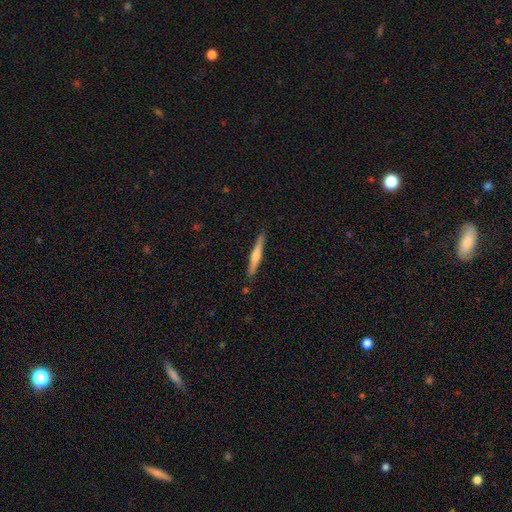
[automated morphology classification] Smooth or featured: featured or disk — 51% (smooth — 43%)
Edge-on disk: yes — 97% (no — 3%)
Merging: none — 90% (minor disturbance — 8%)